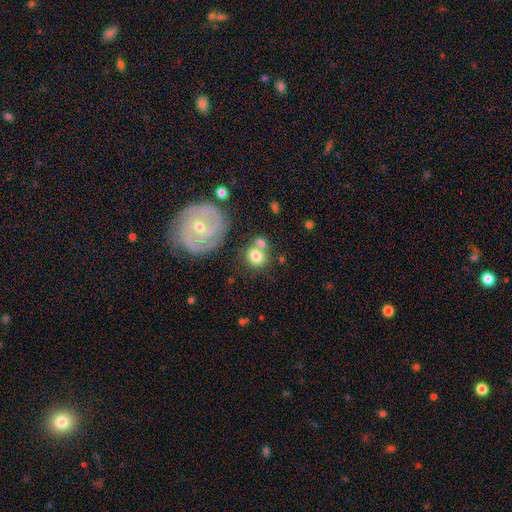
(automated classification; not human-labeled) This is likely a smooth galaxy (71%). How rounded: likely round (77%). Merging: possibly none (53%).